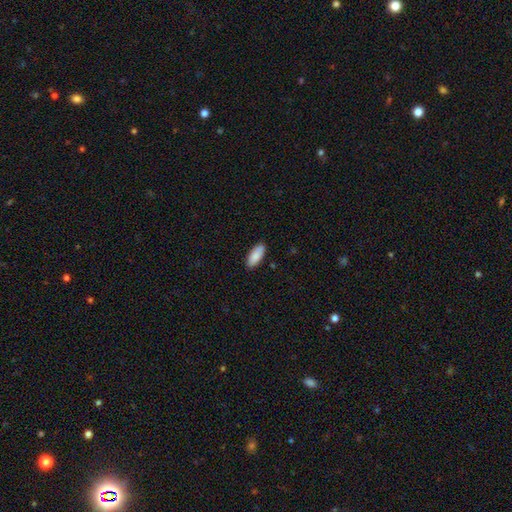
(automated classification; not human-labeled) smooth 88%, featured or disk 6%, star or artifact 6%. Down the decision tree: how rounded — in between (83%); merging — none (88%).